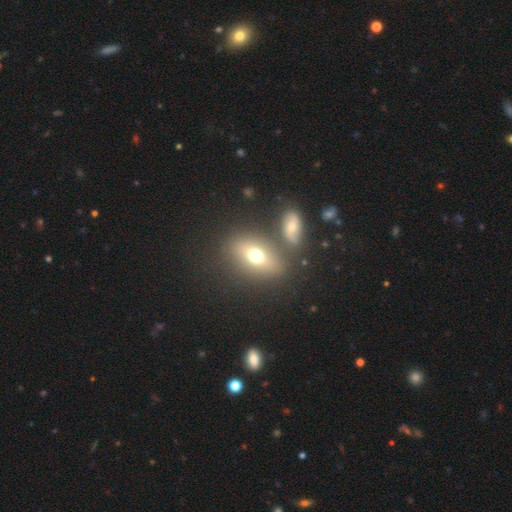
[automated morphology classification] A smooth galaxy with no disk features (67%) that is in between round and cigar-shaped (72%).

Vote fractions:
- Smooth or featured? smooth: 67% / featured or disk: 20% / star or artifact: 12%
- How rounded? in between: 72% / round: 24% / cigar-shaped: 4%
- Merging? none: 71% / merger: 13% / minor disturbance: 11% / major disturbance: 5%